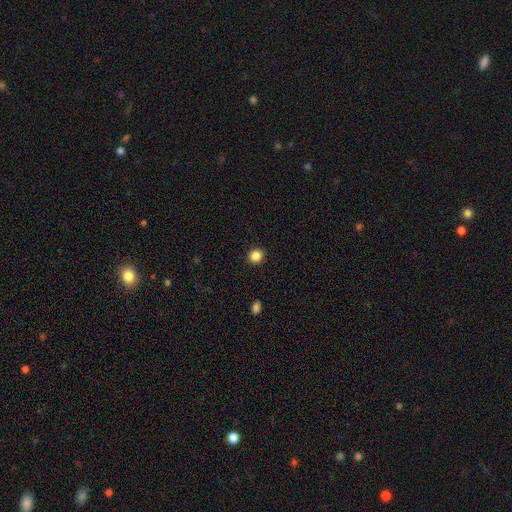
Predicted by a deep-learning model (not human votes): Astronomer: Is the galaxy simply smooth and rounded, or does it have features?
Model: smooth — 86%.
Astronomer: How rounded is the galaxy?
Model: round — 87%.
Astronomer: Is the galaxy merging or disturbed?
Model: none — 92%.